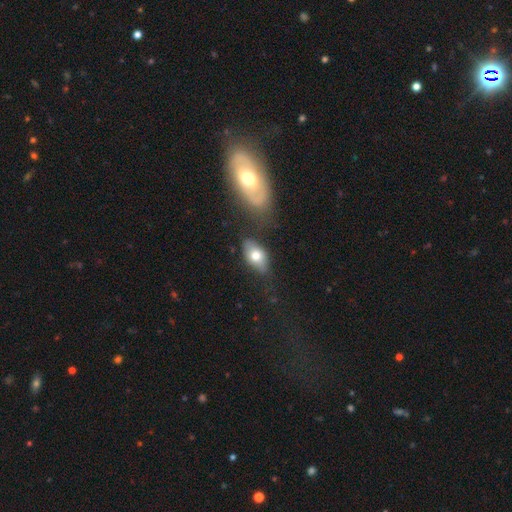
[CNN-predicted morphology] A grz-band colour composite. It shows a smooth galaxy with no disk features (69%) that is in between round and cigar-shaped (87%). Merging: none (68%).